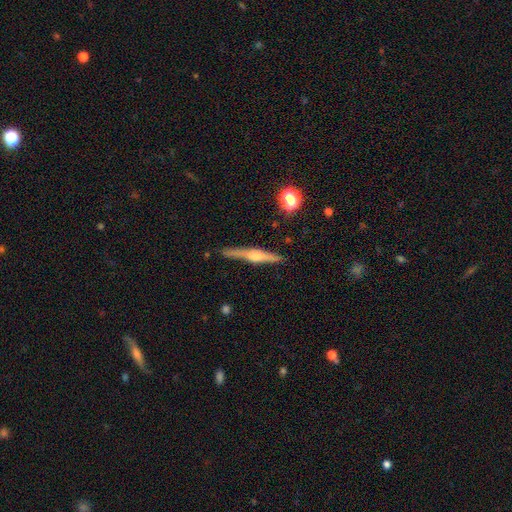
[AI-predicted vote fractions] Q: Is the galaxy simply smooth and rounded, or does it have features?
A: featured or disk — 75%.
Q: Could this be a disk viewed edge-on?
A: yes — 98%.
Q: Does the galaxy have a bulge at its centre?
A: rounded — 81%.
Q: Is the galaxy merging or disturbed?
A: none — 88%.